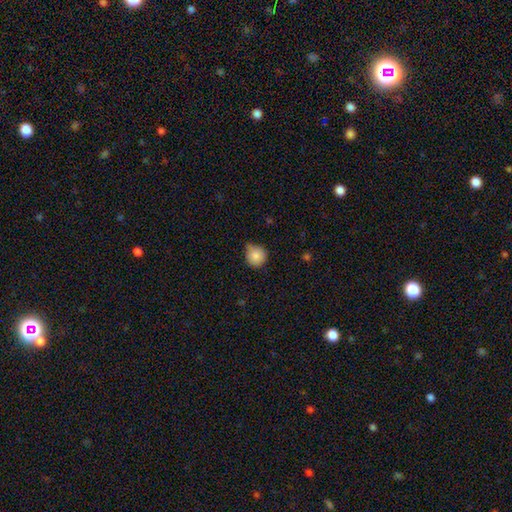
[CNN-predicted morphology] smooth_or_featured: smooth (p=0.85) [alt: star or artifact p=0.09]
how_rounded: round (p=0.92) [alt: in between p=0.07]
merging: none (p=0.63) [alt: minor disturbance p=0.31]